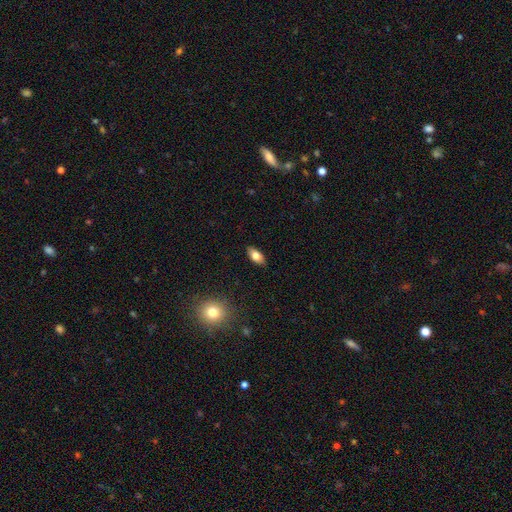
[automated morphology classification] A smooth galaxy with no disk features (78%) that is in between round and cigar-shaped (90%).

Vote fractions:
- Smooth or featured? smooth: 78% / featured or disk: 14% / star or artifact: 8%
- How rounded? in between: 90% / cigar-shaped: 7% / round: 4%
- Merging? none: 88% / minor disturbance: 9% / major disturbance: 2% / merger: 1%